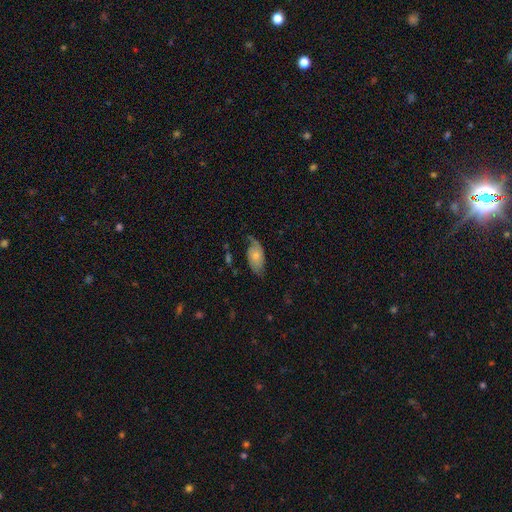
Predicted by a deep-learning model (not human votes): The model was most divided on "smooth or featured": featured or disk: 48%, smooth: 45%, star or artifact: 7%. More confident: merging — none (53%).